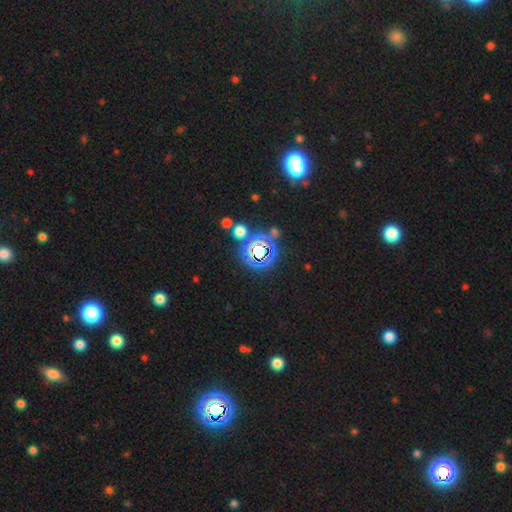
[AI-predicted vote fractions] Morphology: type=star or artifact (64%).